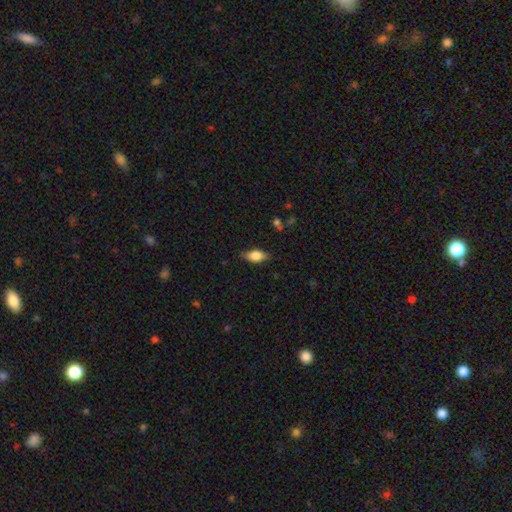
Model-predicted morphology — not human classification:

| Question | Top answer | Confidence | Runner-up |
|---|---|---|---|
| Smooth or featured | smooth | 79% | featured or disk (13%) |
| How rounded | in between | 86% | cigar-shaped (9%) |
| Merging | none | 79% | minor disturbance (16%) |